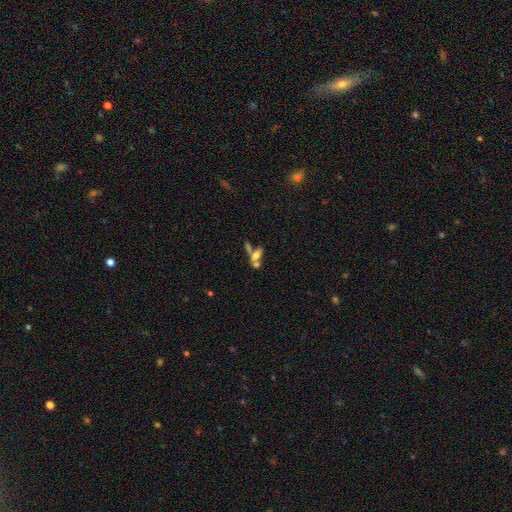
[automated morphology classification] Smooth or featured? smooth (55%)
How rounded? in between (69%)
Merging? merger (52%)